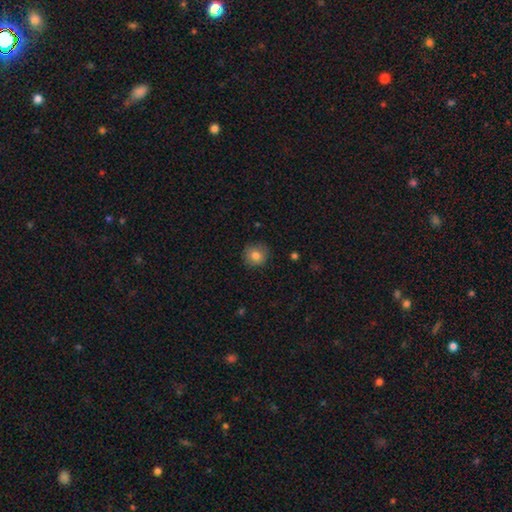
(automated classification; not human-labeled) smooth 81%, star or artifact 10%, featured or disk 9%. Down the decision tree: how rounded — round (92%); merging — none (88%).